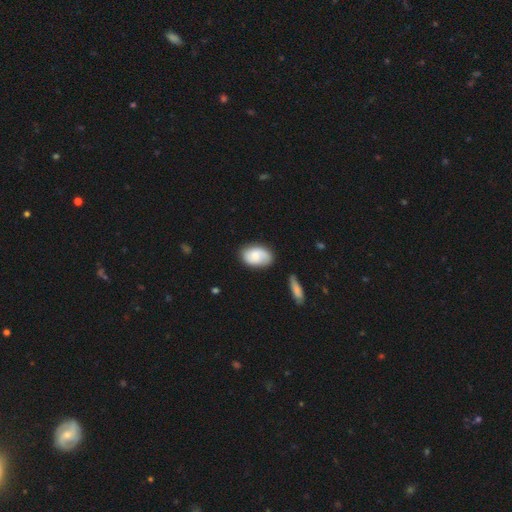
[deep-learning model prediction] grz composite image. It shows a smooth galaxy with no disk features (67%) that is in between round and cigar-shaped (88%). Merging: none (71%).